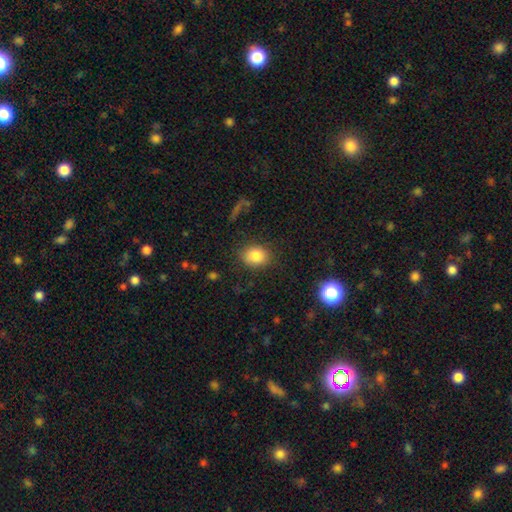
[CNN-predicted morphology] A smooth galaxy with no disk features (84%) that is round (54%).

Vote fractions:
- Smooth or featured? smooth: 84% / star or artifact: 10% / featured or disk: 7%
- How rounded? round: 54% / in between: 45% / cigar-shaped: 1%
- Merging? none: 83% / minor disturbance: 11% / major disturbance: 4% / merger: 2%